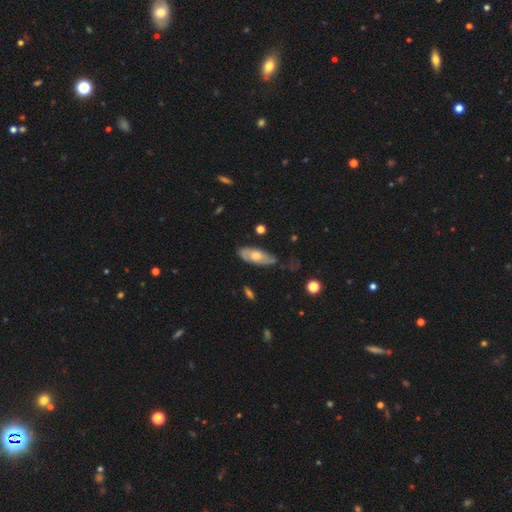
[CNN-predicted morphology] Smooth or featured? featured or disk (49%)
Merging? none (59%)